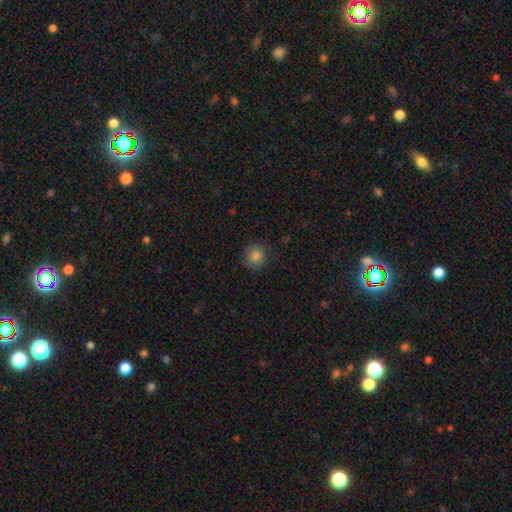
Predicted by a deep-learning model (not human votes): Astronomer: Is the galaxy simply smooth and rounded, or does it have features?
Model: smooth — 82%.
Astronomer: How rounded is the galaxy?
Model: round — 89%.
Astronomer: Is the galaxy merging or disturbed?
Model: none — 85%.